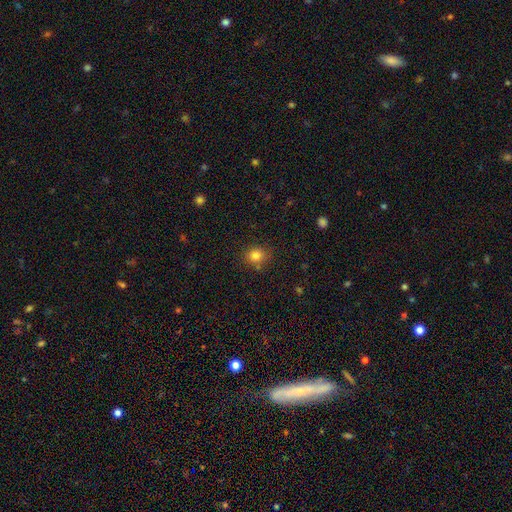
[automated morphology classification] smooth_or_featured: smooth (p=0.82) [alt: star or artifact p=0.12]
how_rounded: round (p=0.75) [alt: in between p=0.24]
merging: none (p=0.78) [alt: minor disturbance p=0.12]